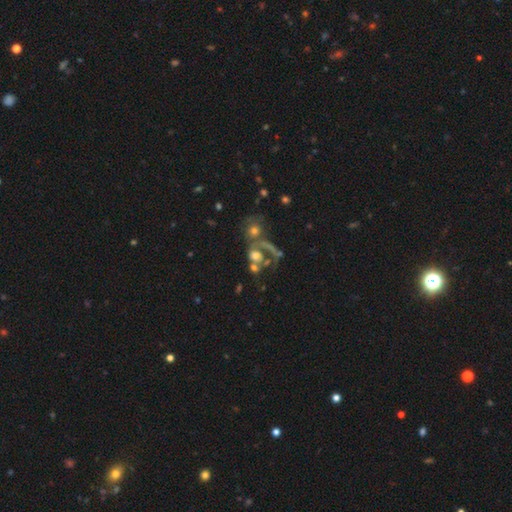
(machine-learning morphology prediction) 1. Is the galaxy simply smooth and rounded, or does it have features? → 47% smooth, 37% featured or disk, 16% star or artifact.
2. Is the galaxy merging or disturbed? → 48% merger, 22% none, 21% major disturbance, 9% minor disturbance.